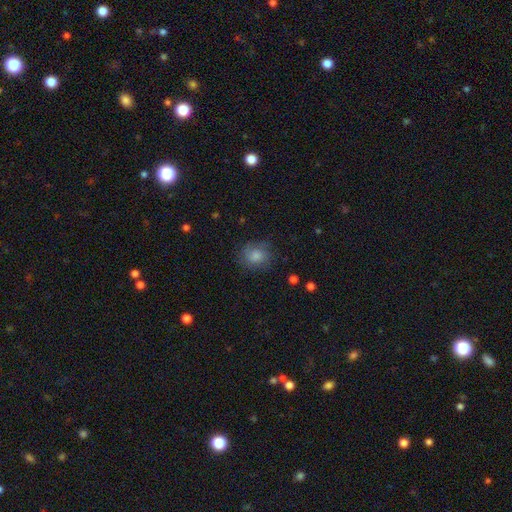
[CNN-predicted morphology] Smooth or featured? Predicted: smooth (p=0.77). How rounded? Predicted: round (p=0.74). Merging? Predicted: none (p=0.70).